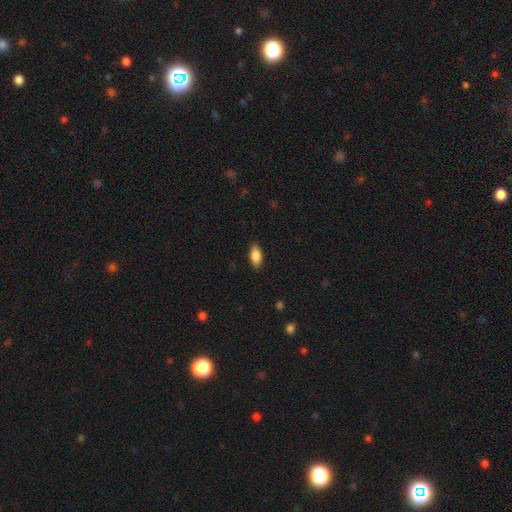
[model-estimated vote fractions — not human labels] Overall: smooth (86%). How rounded: in between (87%). Merging: none (87%).